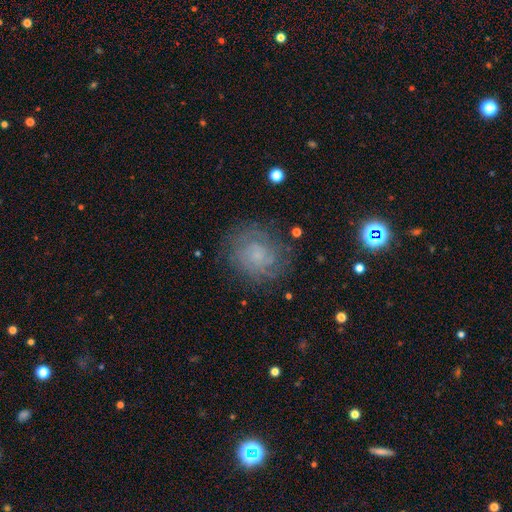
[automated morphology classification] A featured or disk galaxy (61%) with no bar (73%), tight (63%) spiral arms (89%) and a small central bulge (55%).

Vote fractions:
- Smooth or featured? featured or disk: 61% / smooth: 25% / star or artifact: 14%
- Edge-on disk? no: 98% / yes: 2%
- Bar? no: 73% / weak: 23% / strong: 4%
- Spiral arms? yes: 89% / no: 11%
- Spiral winding? tight: 63% / medium: 29% / loose: 9%
- Spiral arm count? can't tell: 44% / 2: 27% / 3: 12% / 4: 6% / 1: 5% / more than 4: 5%
- Bulge size? small: 55% / none: 27% / moderate: 15% / large: 3% / dominant: 1%
- Merging? none: 76% / minor disturbance: 15% / major disturbance: 8% / merger: 1%